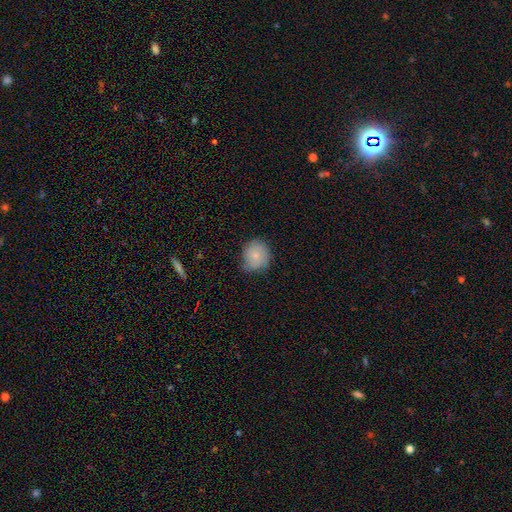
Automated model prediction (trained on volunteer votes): Smooth or featured: smooth — 74% (featured or disk — 18%)
How rounded: round — 88% (in between — 11%)
Merging: none — 68% (minor disturbance — 26%)